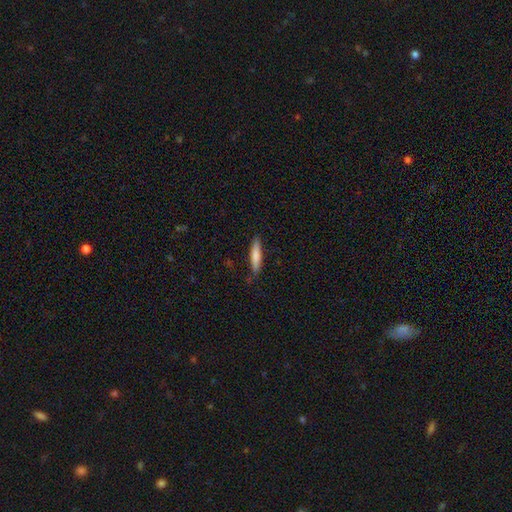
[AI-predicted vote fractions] The model was most divided on "smooth or featured": smooth: 75%, featured or disk: 20%, star or artifact: 6%. More confident: how rounded — cigar-shaped (87%); merging — none (81%).